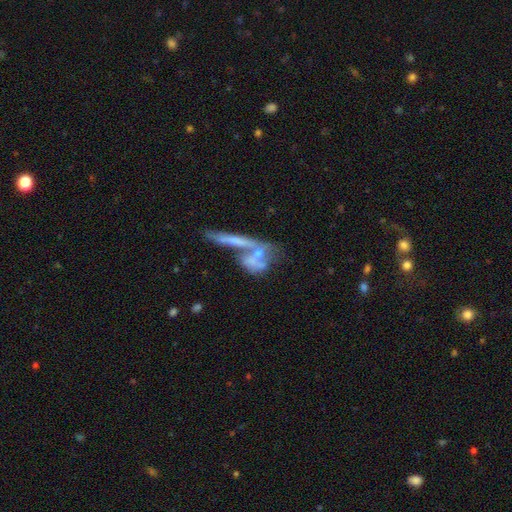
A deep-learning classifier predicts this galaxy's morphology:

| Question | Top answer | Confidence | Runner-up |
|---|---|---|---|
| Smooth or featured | featured or disk | 51% | smooth (39%) |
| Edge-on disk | no | 72% | yes (28%) |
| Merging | merger | 53% | none (25%) |